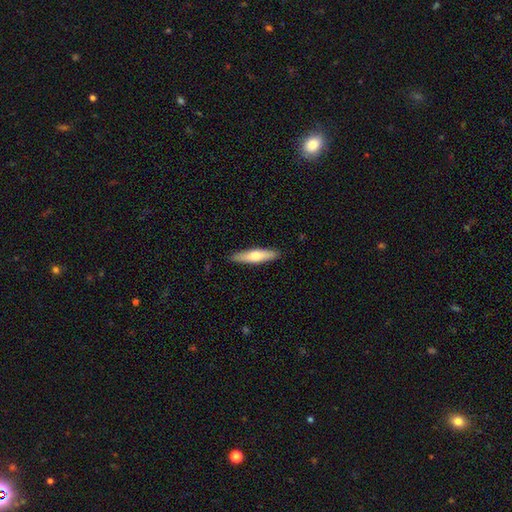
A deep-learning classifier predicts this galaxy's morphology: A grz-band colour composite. It shows a smooth galaxy with no disk features (62%) that is cigar-shaped (79%). Merging: none (89%).